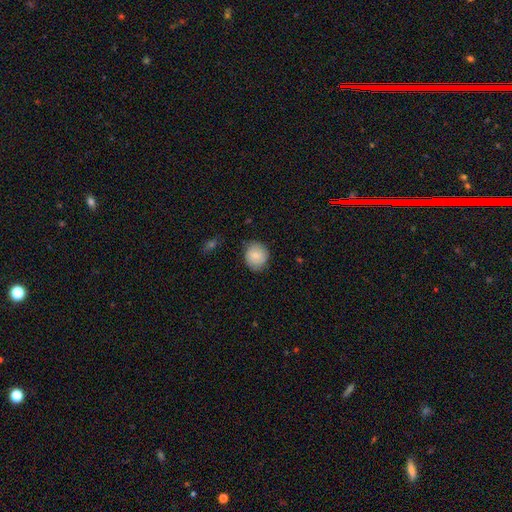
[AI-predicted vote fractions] A smooth galaxy with no disk features (82%) that is round (76%). Merging: none (78%).